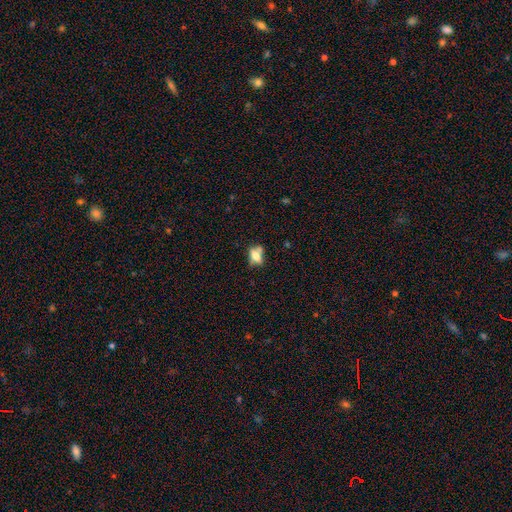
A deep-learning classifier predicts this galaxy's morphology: This appears to be a smooth galaxy with no disk features (57%) that is in between round and cigar-shaped (67%). Merging: none (53%).